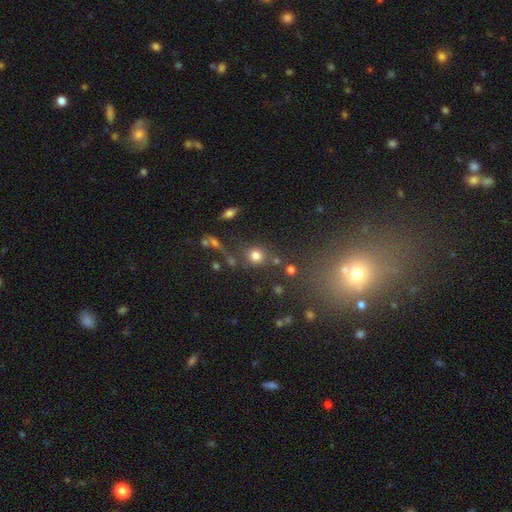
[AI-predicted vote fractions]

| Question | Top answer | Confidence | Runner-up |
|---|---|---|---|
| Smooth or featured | smooth | 77% | star or artifact (14%) |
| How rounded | round | 86% | in between (12%) |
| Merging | none | 68% | merger (14%) |